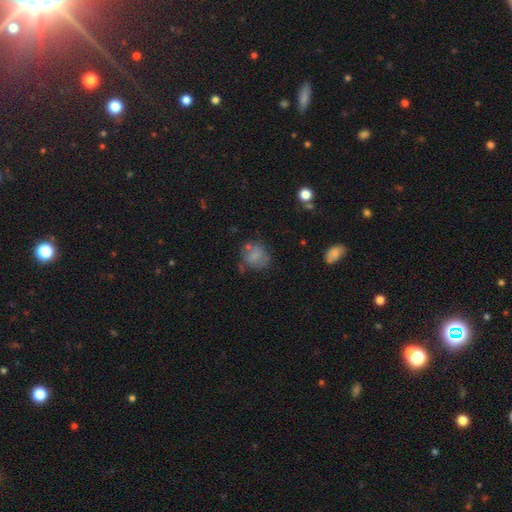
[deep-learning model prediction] Smooth or featured? Predicted: smooth (p=0.66). How rounded? Predicted: round (p=0.69). Merging? Predicted: none (p=0.52).